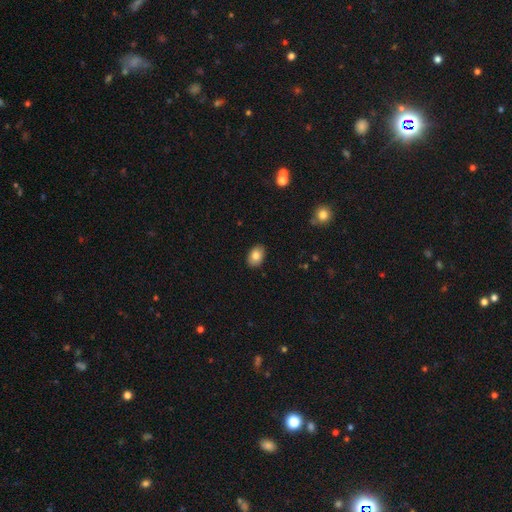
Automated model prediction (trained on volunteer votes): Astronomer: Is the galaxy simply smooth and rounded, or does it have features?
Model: smooth — 82%.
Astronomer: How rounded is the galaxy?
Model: in between — 84%.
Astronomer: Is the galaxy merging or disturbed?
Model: none — 87%.